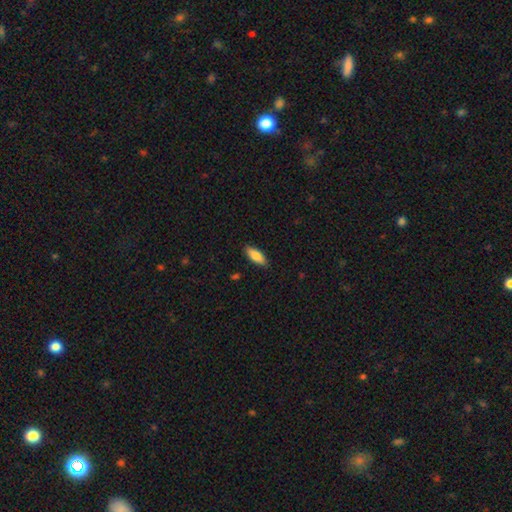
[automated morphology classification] Smooth or featured? Predicted: smooth (p=0.82). How rounded? Predicted: in between (p=0.73). Merging? Predicted: none (p=0.87).